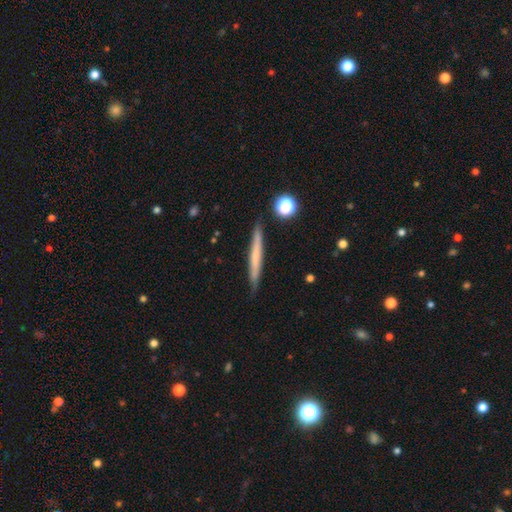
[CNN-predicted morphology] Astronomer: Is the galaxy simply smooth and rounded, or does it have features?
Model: smooth — 54% (runner-up: featured or disk, 39%).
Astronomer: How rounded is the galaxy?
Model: cigar-shaped — 96%.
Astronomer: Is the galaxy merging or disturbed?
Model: none — 88%.